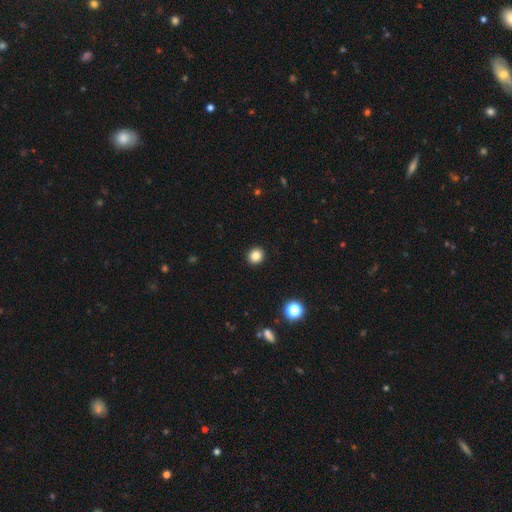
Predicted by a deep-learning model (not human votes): The model was most divided on "how rounded": round: 86%, in between: 13%, cigar-shaped: 1%. More confident: merging — none (93%); smooth or featured — smooth (85%).